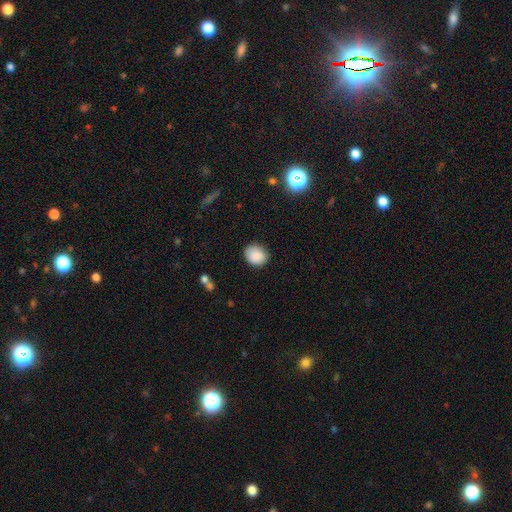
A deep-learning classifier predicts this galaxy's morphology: Smooth or featured? Predicted: smooth (p=0.87). How rounded? Predicted: round (p=0.67). Merging? Predicted: none (p=0.85).